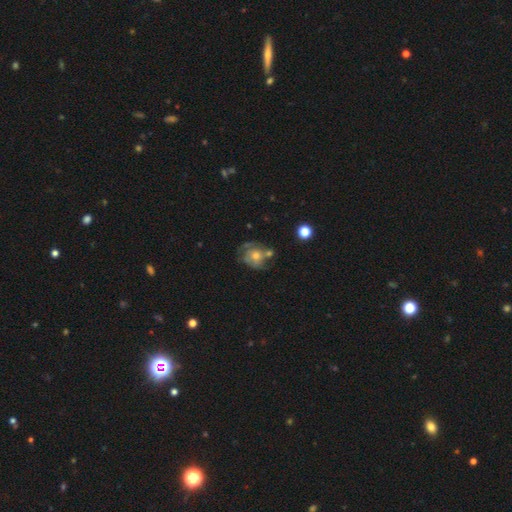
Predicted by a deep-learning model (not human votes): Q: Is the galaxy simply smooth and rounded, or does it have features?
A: featured or disk — 60%.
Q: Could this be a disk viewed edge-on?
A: no — 97%.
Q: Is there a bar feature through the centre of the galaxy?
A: no — 82%.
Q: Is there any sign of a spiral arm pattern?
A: yes — 74%.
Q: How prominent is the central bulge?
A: moderate — 62%.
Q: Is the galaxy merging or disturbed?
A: none — 46%.